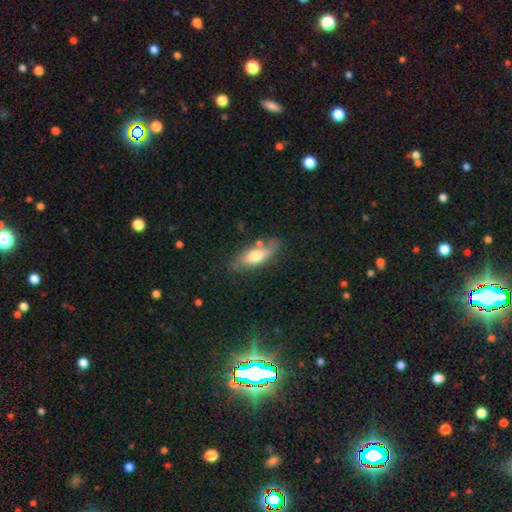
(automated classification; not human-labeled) This appears to be a smooth galaxy with no disk features (67%) that is in between round and cigar-shaped (70%). Merging: none (68%).